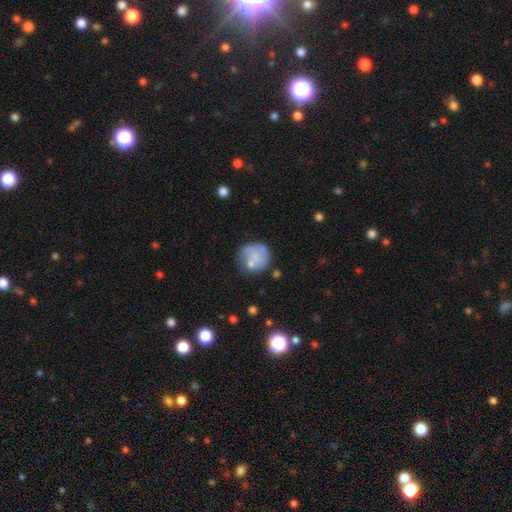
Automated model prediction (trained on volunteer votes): smooth_or_featured: smooth (p=0.53) [alt: featured or disk p=0.39]
how_rounded: round (p=0.86) [alt: in between p=0.13]
merging: none (p=0.55) [alt: minor disturbance p=0.21]